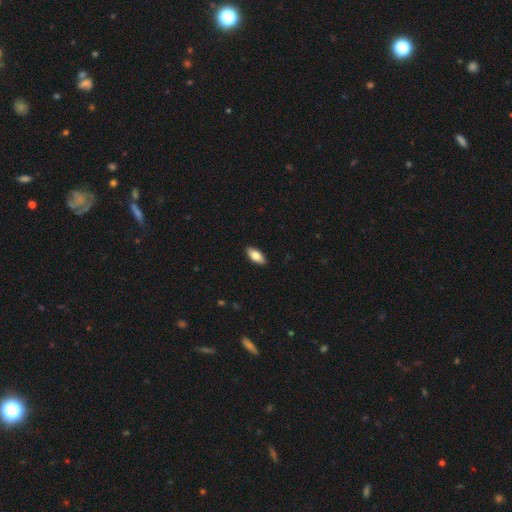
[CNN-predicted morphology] This appears to be a smooth galaxy with no disk features (79%) that is in between round and cigar-shaped (87%). Merging: none (90%).